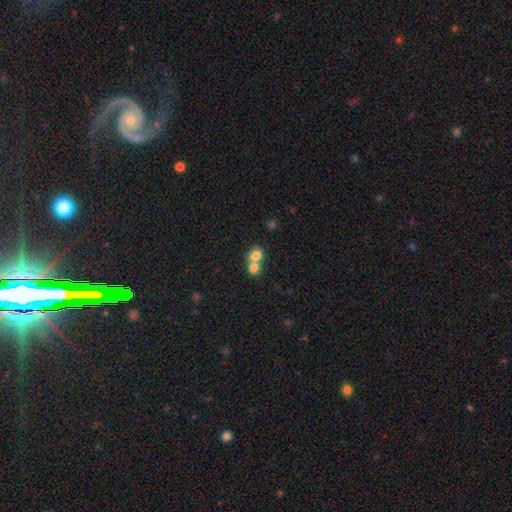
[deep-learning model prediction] Q: Smooth or featured?
A: smooth (79%); runner-up: featured or disk (12%)
Q: How rounded?
A: round (74%); runner-up: in between (25%)
Q: Merging?
A: merger (66%); runner-up: none (27%)